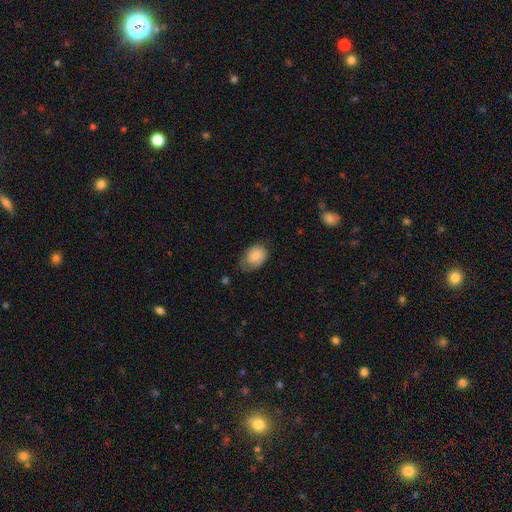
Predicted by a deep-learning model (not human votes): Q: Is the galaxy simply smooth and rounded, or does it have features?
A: smooth — 84%.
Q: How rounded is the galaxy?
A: in between — 77%.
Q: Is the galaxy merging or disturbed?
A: none — 48%.